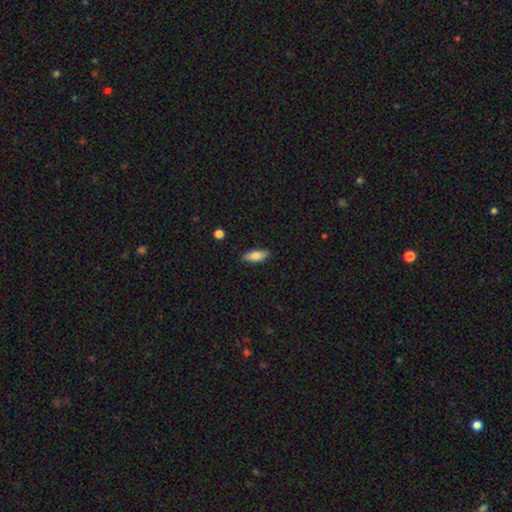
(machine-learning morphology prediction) Smooth or featured? Predicted: smooth (p=0.79). How rounded? Predicted: in between (p=0.77). Merging? Predicted: none (p=0.86).